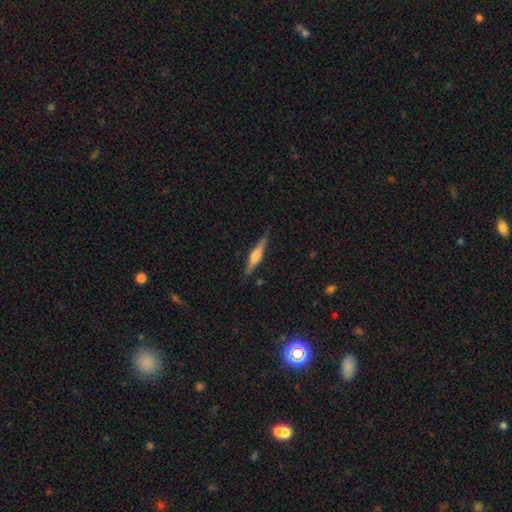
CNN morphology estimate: The model was most divided on "smooth or featured": featured or disk: 65%, smooth: 30%, star or artifact: 6%. More confident: edge-on disk — yes (97%); merging — none (87%); edge-on bulge — rounded (84%).